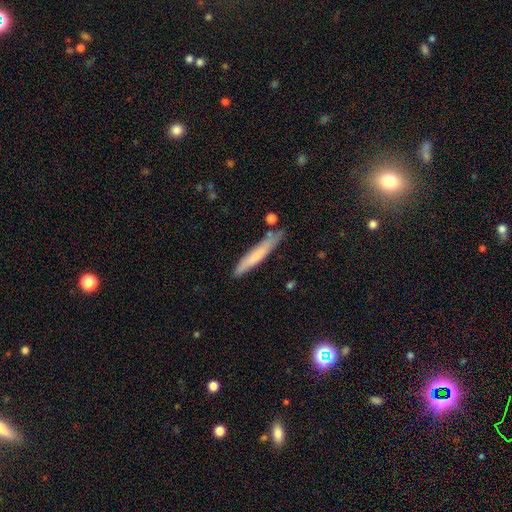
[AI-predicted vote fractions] smooth-or-featured: smooth: 68% | featured or disk: 25% | star or artifact: 7%
  how-rounded: cigar-shaped: 94% | in between: 5% | round: 1%
  merging: none: 78% | minor disturbance: 15% | merger: 4% | major disturbance: 3%